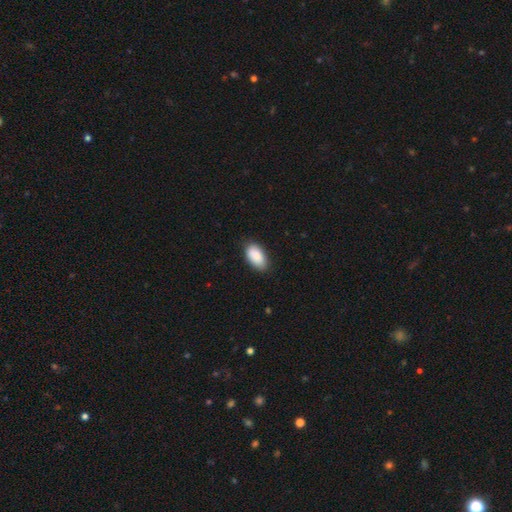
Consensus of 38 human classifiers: Q: Smooth or featured?
A: smooth (89%); runner-up: featured or disk (5%)
Q: How rounded?
A: in between (94%); runner-up: round (3%)
Q: Merging?
A: none (81%); runner-up: minor disturbance (19%)